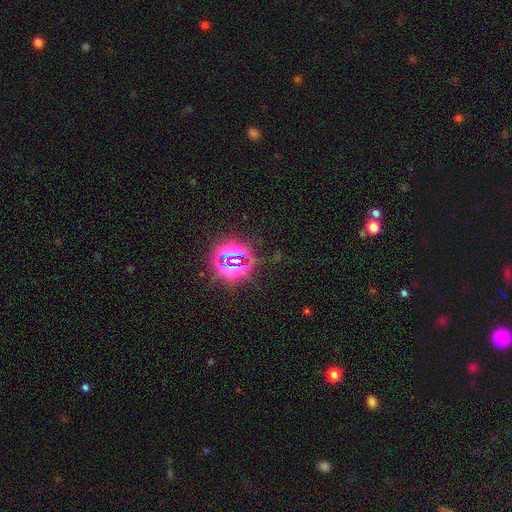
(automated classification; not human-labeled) Q: Smooth or featured?
A: star or artifact (81%); runner-up: smooth (11%)